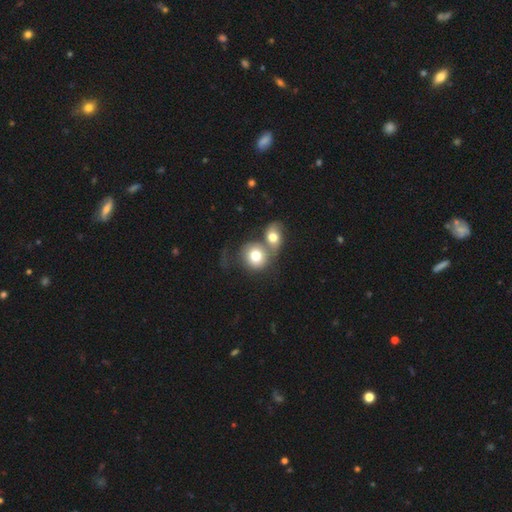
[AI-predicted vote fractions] This appears to be a smooth galaxy with no disk features (70%) that is round (76%). Merging: merger (62%).